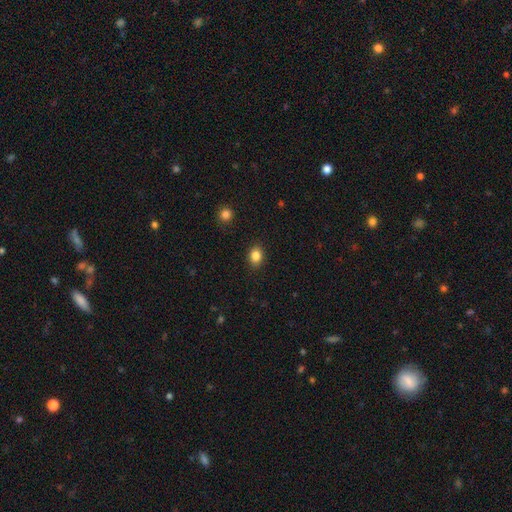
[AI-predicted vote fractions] Morphology: type=smooth (85%); roundness=in between (60%); merging=none (89%).